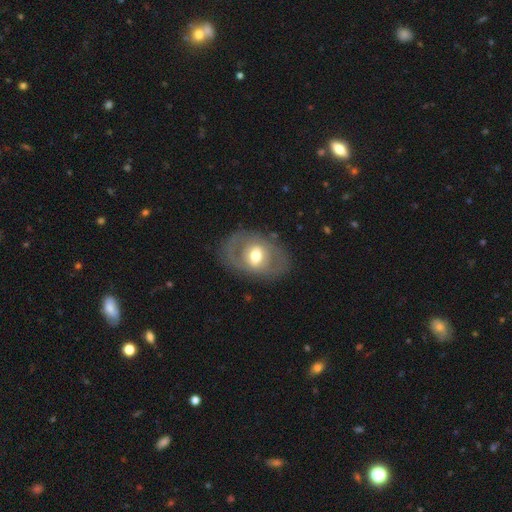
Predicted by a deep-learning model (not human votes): This appears to be a featured or disk galaxy (59%) with a weak bar (38%, tied with no), no spiral arms (65%) and a moderate central bulge (65%). Merging: none (77%).